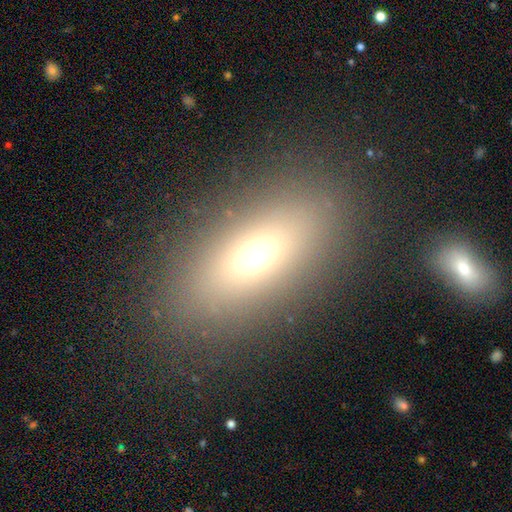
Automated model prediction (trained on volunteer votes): The model was most divided on "smooth or featured": smooth: 66%, featured or disk: 19%, star or artifact: 15%. More confident: merging — none (84%); how rounded — in between (79%).